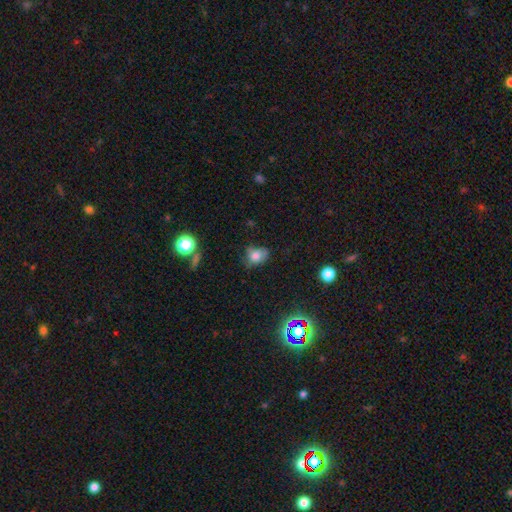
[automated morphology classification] Smooth or featured? Predicted: smooth (p=0.72). How rounded? Predicted: in between (p=0.60). Merging? Predicted: none (p=0.47).